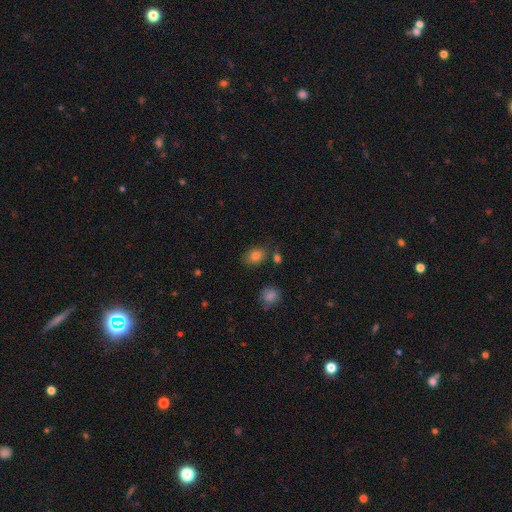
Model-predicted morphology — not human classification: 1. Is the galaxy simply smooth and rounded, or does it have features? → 82% smooth, 10% star or artifact, 8% featured or disk.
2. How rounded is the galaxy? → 76% in between, 23% round, 1% cigar-shaped.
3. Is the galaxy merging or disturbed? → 71% none, 17% minor disturbance, 7% merger, 5% major disturbance.